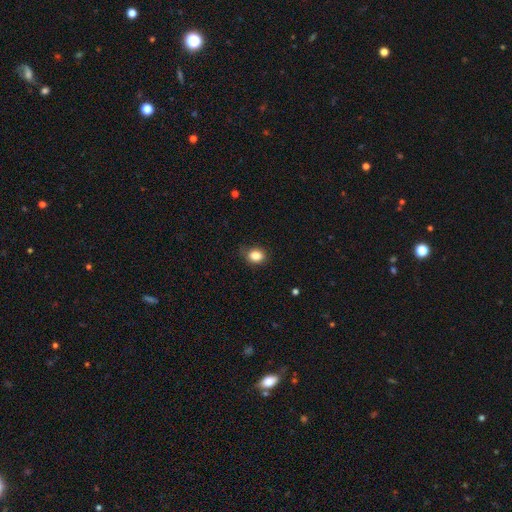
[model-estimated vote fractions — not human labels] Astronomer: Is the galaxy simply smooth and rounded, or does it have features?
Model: smooth — 85%.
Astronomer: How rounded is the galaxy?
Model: round — 54% (runner-up: in between, 45%).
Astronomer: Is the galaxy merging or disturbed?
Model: none — 75%.